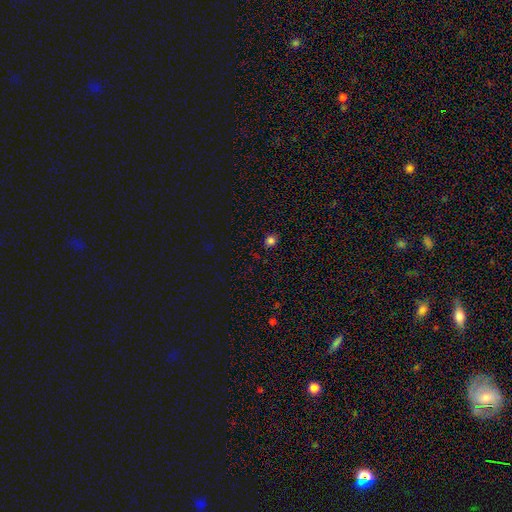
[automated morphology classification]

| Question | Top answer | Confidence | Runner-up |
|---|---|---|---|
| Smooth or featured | smooth | 65% | star or artifact (31%) |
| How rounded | round | 82% | in between (17%) |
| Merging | none | 86% | minor disturbance (9%) |